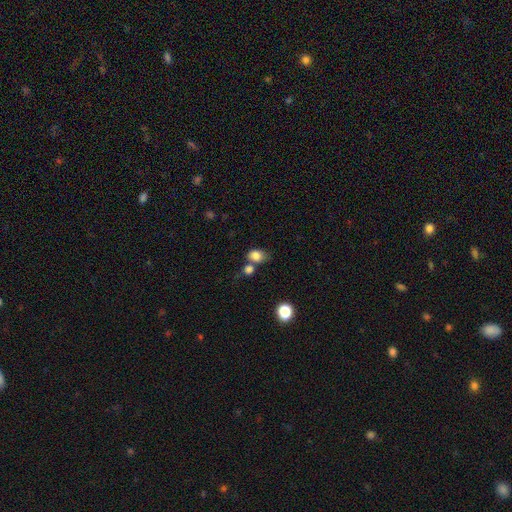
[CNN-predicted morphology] Q: Smooth or featured?
A: smooth (83%); runner-up: star or artifact (10%)
Q: How rounded?
A: in between (58%); runner-up: round (41%)
Q: Merging?
A: none (48%); runner-up: merger (30%)